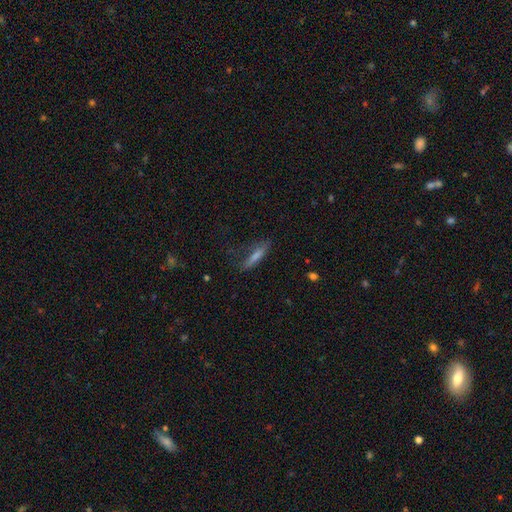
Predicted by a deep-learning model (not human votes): Smooth or featured?
  - smooth: 54% *
  - featured or disk: 33%
  - star or artifact: 12%
How rounded?
  - cigar-shaped: 84% *
  - in between: 14%
  - round: 2%
Merging?
  - none: 64% *
  - minor disturbance: 22%
  - major disturbance: 12%
  - merger: 2%